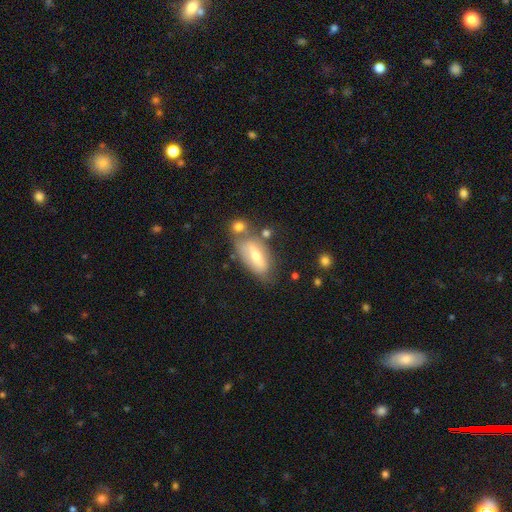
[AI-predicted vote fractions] Morphology: type=smooth (49%); merging=none (55%).